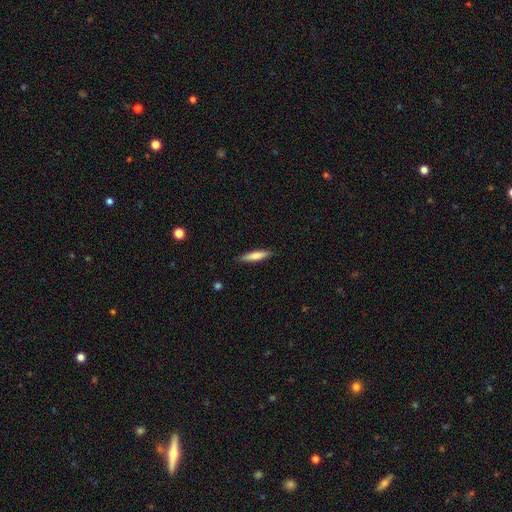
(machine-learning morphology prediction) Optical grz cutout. It shows a smooth galaxy with no disk features (71%) that is cigar-shaped (83%). Merging: none (88%).